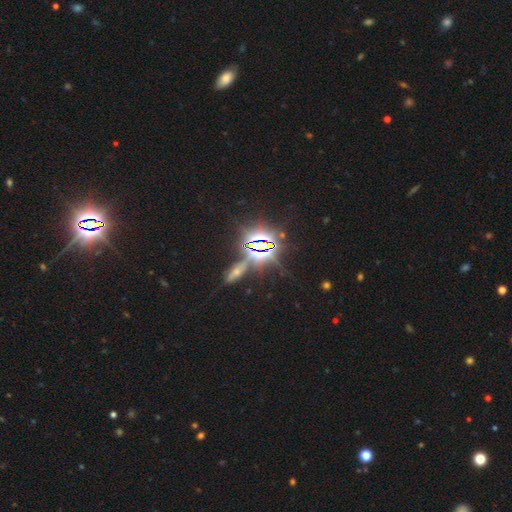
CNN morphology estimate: A star or artifact, not a galaxy (78%).